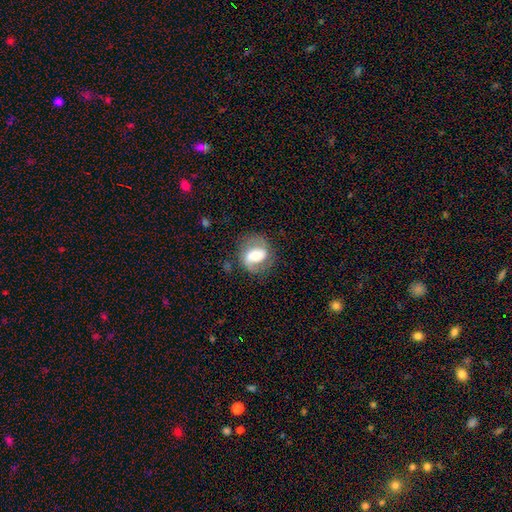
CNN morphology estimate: A featured or disk galaxy (61%) with a weak bar (37%), spiral arms (79%) and a moderate central bulge (59%). Merging: none (71%).